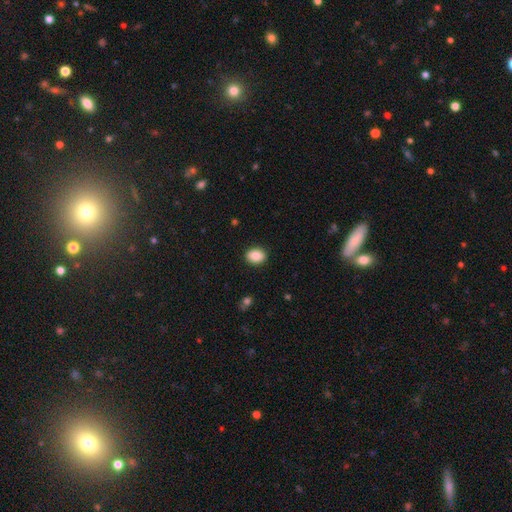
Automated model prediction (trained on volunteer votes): smooth-or-featured: smooth: 88% | star or artifact: 8% | featured or disk: 4%
  how-rounded: in between: 52% | round: 47% | cigar-shaped: 1%
  merging: none: 90% | minor disturbance: 7% | major disturbance: 2% | merger: 1%